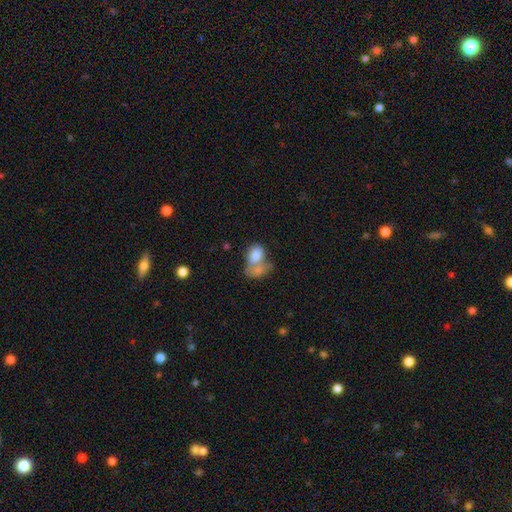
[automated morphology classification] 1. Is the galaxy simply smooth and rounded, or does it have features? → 78% smooth, 14% featured or disk, 8% star or artifact.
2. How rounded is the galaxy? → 78% in between, 21% round, 1% cigar-shaped.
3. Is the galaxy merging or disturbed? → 63% merger, 17% none, 10% minor disturbance, 10% major disturbance.